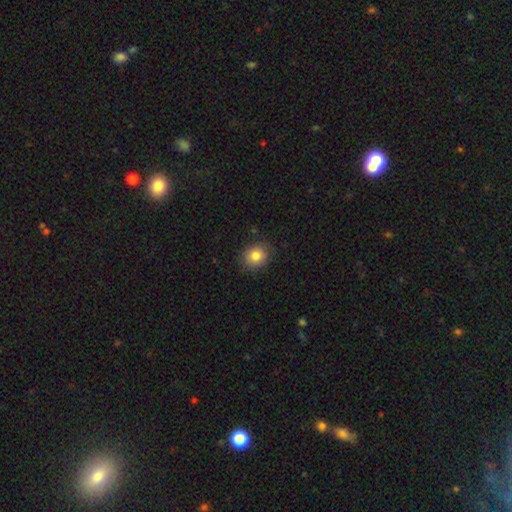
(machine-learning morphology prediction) Overall: smooth (83%). How rounded: round (68%; in between 32%). Merging: none (85%).